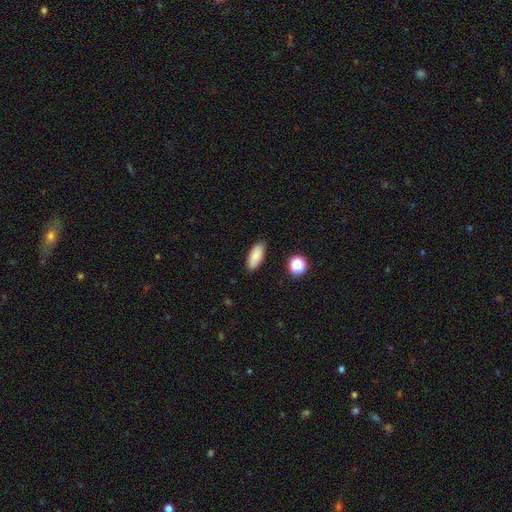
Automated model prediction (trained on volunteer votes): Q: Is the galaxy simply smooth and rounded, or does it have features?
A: smooth — 86%.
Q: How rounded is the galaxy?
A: in between — 81%.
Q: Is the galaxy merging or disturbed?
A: none — 87%.